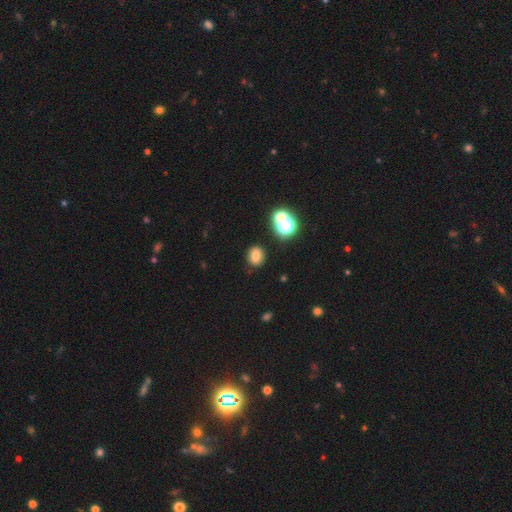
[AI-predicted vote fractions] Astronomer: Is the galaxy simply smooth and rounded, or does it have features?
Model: smooth — 75%.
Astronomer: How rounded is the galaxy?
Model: round — 58% (runner-up: in between, 41%).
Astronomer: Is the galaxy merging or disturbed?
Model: none — 84%.